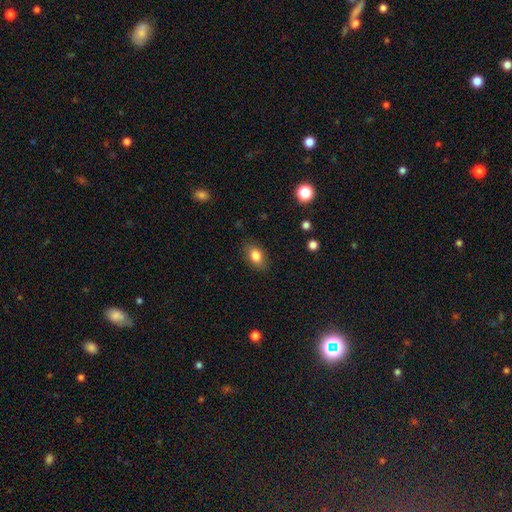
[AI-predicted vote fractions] Smooth or featured? smooth (82%)
How rounded? in between (80%)
Merging? none (84%)